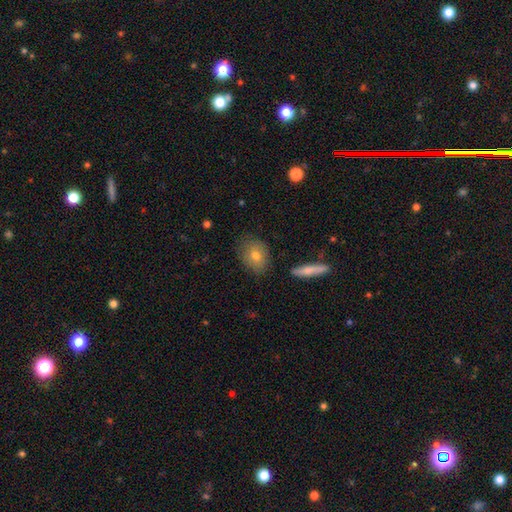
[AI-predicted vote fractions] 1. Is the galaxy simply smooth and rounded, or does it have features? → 73% smooth, 18% featured or disk, 9% star or artifact.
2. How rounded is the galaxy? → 55% in between, 42% round, 3% cigar-shaped.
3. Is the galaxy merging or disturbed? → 81% none, 13% minor disturbance, 3% major disturbance, 2% merger.